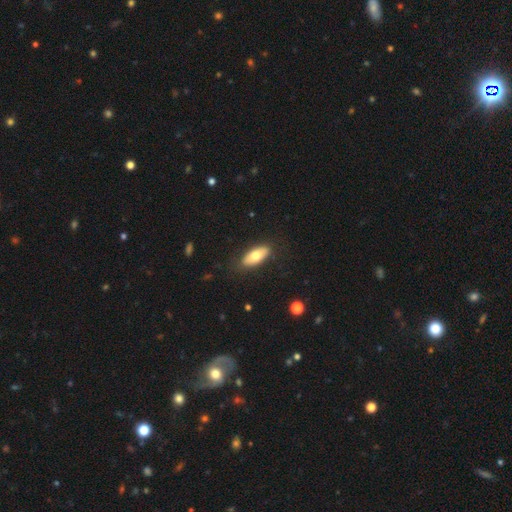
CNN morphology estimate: A smooth galaxy with no disk features (70%) that is in between round and cigar-shaped (83%). Merging: none (85%).